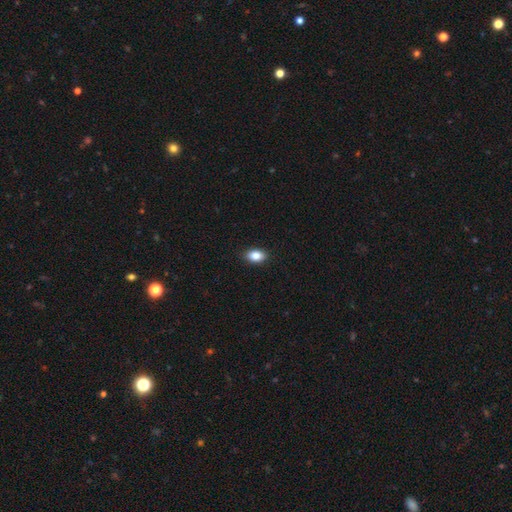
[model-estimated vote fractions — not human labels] Smooth or featured: smooth — 86% (star or artifact — 8%)
How rounded: in between — 86% (round — 13%)
Merging: none — 90% (minor disturbance — 7%)